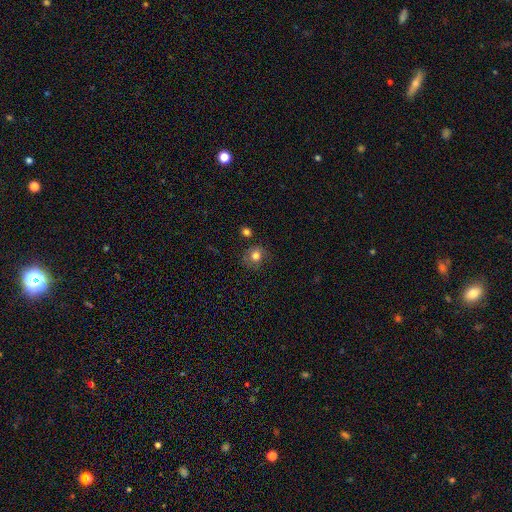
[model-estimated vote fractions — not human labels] Q: Smooth or featured?
A: smooth (76%); runner-up: featured or disk (13%)
Q: How rounded?
A: round (80%); runner-up: in between (19%)
Q: Merging?
A: none (68%); runner-up: minor disturbance (20%)